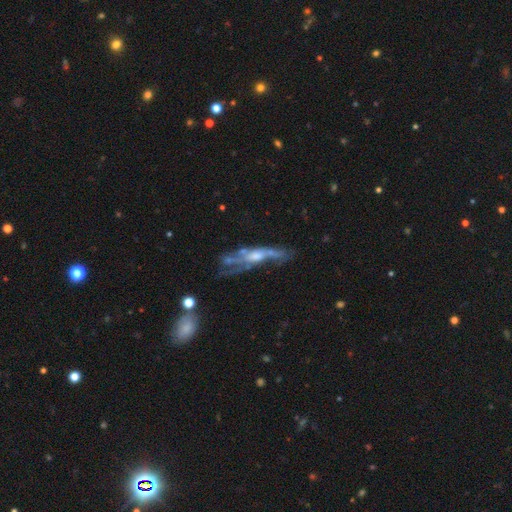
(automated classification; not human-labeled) Smooth or featured?
  - featured or disk: 72% *
  - smooth: 18%
  - star or artifact: 10%
Edge-on disk?
  - no: 54% *
  - yes: 46%
Merging?
  - none: 37% *
  - major disturbance: 29%
  - minor disturbance: 20%
  - merger: 13%